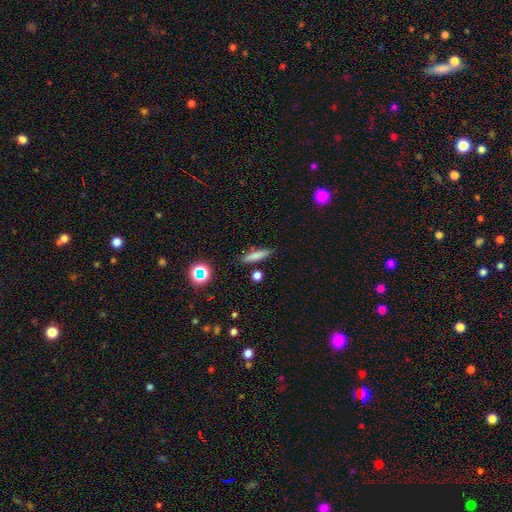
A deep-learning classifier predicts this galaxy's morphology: Smooth or featured?
  - smooth: 76% *
  - featured or disk: 13%
  - star or artifact: 11%
How rounded?
  - cigar-shaped: 81% *
  - in between: 16%
  - round: 3%
Merging?
  - none: 84% *
  - minor disturbance: 10%
  - merger: 3%
  - major disturbance: 2%